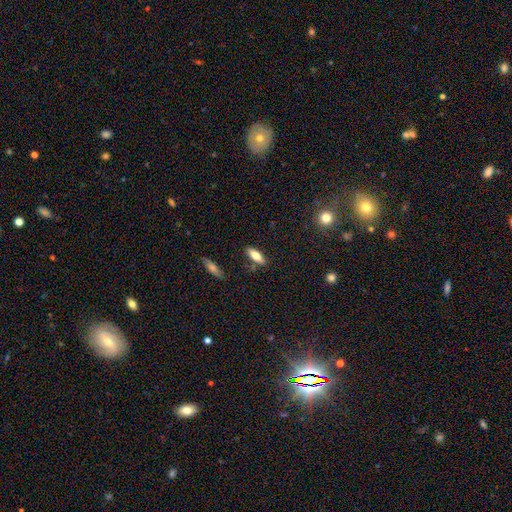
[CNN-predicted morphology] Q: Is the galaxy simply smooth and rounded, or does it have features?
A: smooth — 71%.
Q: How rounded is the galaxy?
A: in between — 65%.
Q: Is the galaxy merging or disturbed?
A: none — 81%.